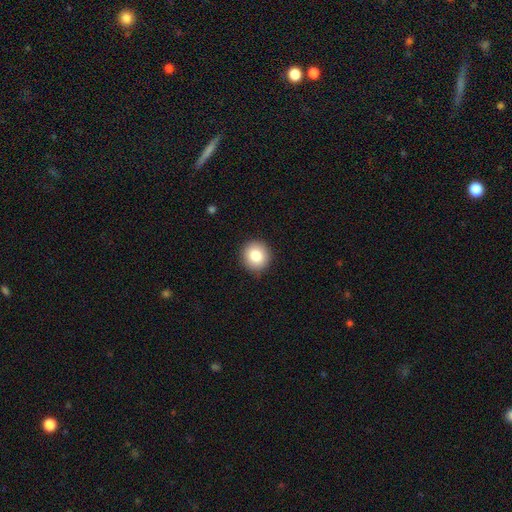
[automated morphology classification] type=smooth (84%); roundness=round (92%); merging=none (91%).